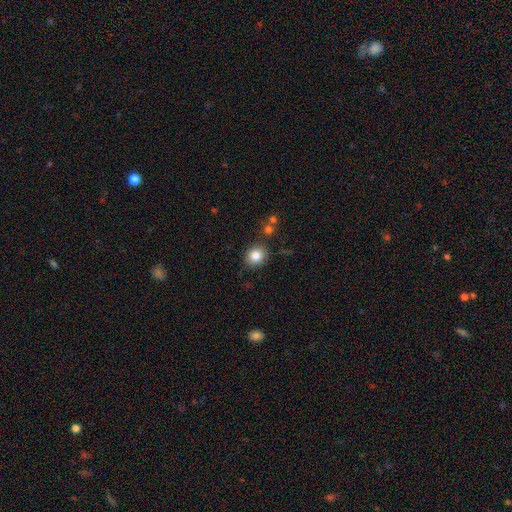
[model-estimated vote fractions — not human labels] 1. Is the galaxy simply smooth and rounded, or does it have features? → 82% smooth, 10% star or artifact, 7% featured or disk.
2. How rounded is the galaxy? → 73% round, 26% in between, 1% cigar-shaped.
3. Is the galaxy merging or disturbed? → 84% none, 10% minor disturbance, 4% merger, 3% major disturbance.